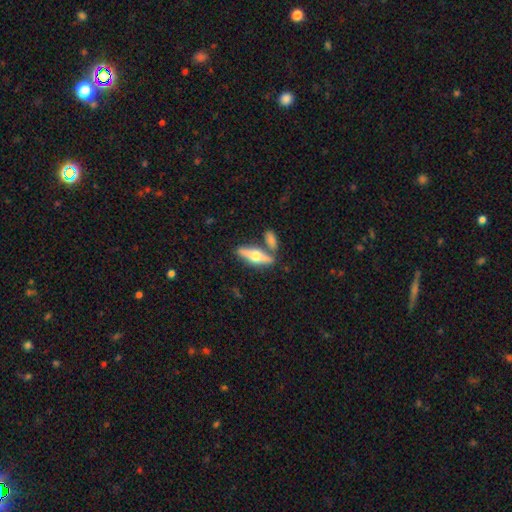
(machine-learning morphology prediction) smooth_or_featured: featured or disk (p=0.62) [alt: smooth p=0.32]
disk_edge_on: yes (p=0.93) [alt: no p=0.07]
edge_on_bulge: rounded (p=0.96) [alt: boxy p=0.02]
merging: none (p=0.70) [alt: merger p=0.16]